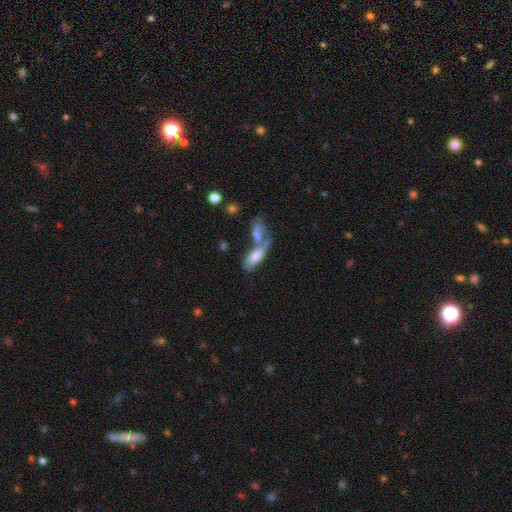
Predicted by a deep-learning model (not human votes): A smooth galaxy with no disk features (67%) that is in between round and cigar-shaped (69%). Merging: merger (62%).